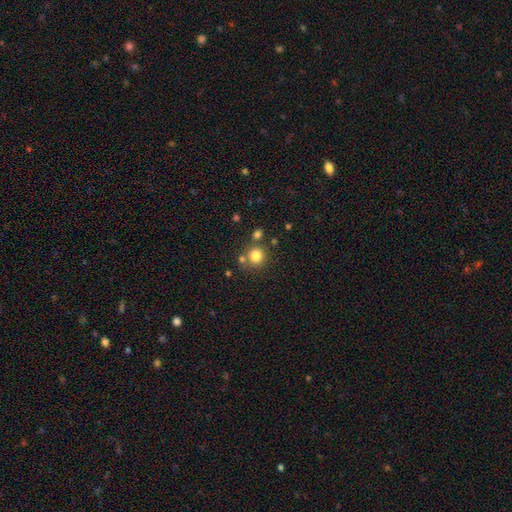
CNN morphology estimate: Q: Smooth or featured?
A: smooth (80%); runner-up: star or artifact (12%)
Q: How rounded?
A: round (90%); runner-up: in between (9%)
Q: Merging?
A: none (72%); runner-up: merger (15%)